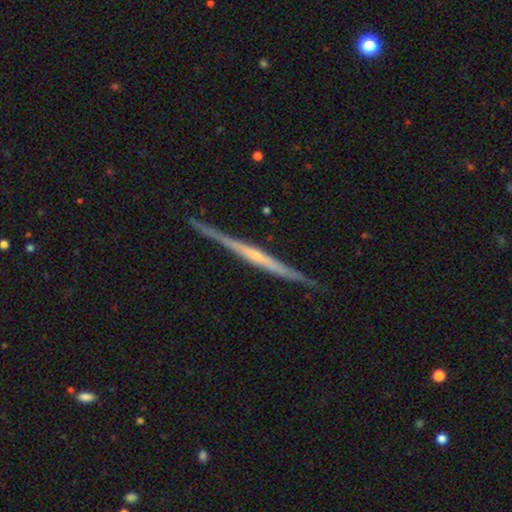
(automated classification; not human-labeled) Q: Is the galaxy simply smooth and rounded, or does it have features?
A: featured or disk — 81%.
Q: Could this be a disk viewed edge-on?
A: yes — 98%.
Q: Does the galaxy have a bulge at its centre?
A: rounded — 51%.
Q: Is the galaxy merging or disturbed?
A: none — 88%.